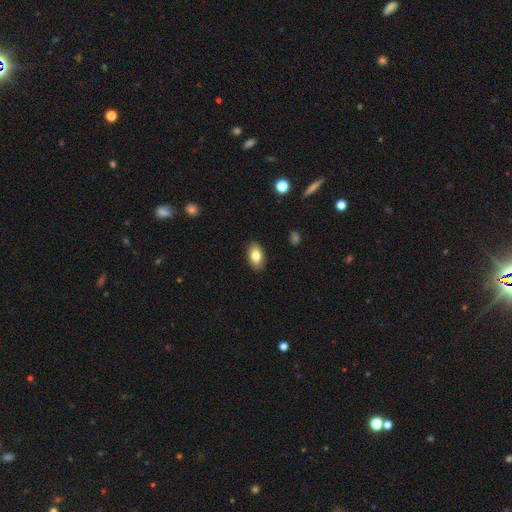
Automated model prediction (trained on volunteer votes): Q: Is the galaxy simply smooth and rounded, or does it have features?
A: smooth — 82%.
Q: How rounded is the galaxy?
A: in between — 92%.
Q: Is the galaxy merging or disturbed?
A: none — 88%.